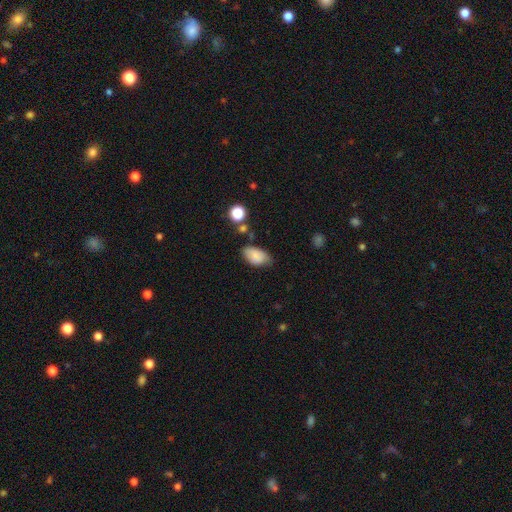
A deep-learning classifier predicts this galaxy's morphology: Overall: smooth (83%). How rounded: in between (92%). Merging: none (64%; minor disturbance 27%).